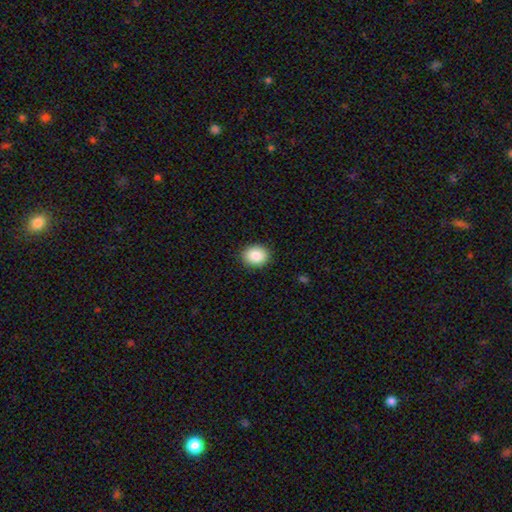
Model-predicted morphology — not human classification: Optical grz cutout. It shows a smooth galaxy with no disk features (87%) that is round (56%). Merging: none (90%).